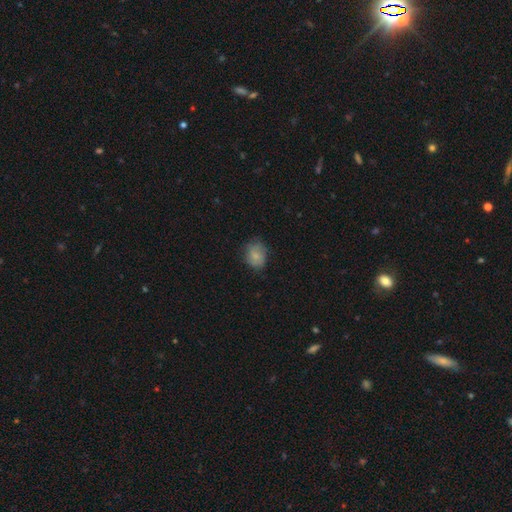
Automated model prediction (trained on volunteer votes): smooth_or_featured: smooth (p=0.78) [alt: featured or disk p=0.13]
how_rounded: round (p=0.54) [alt: in between p=0.45]
merging: none (p=0.69) [alt: minor disturbance p=0.24]